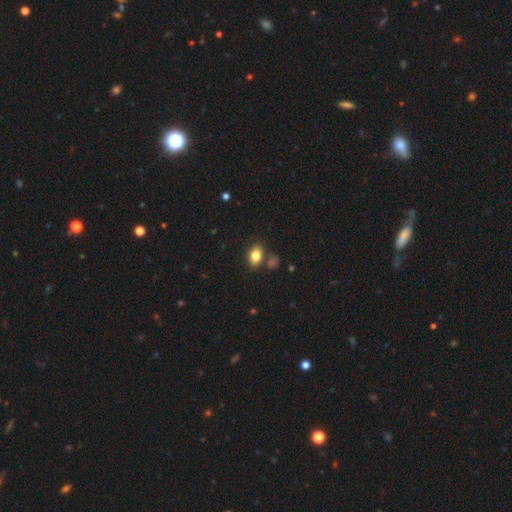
This appears to be a smooth galaxy with no disk features (87%) that is in between round and cigar-shaped (73%). Merging: none (66%).